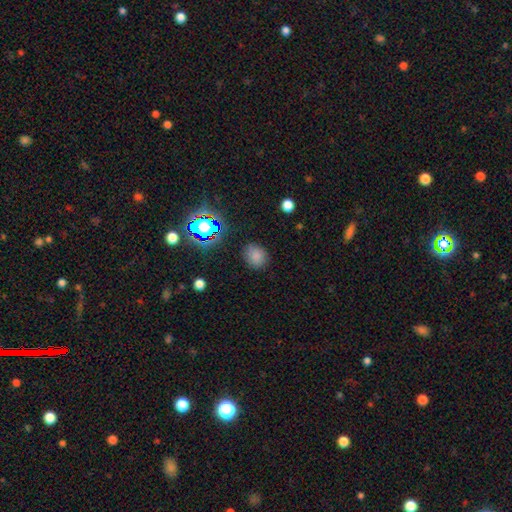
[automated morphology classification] This appears to be a smooth galaxy with no disk features (75%) that is round (66%). Merging: none (82%).